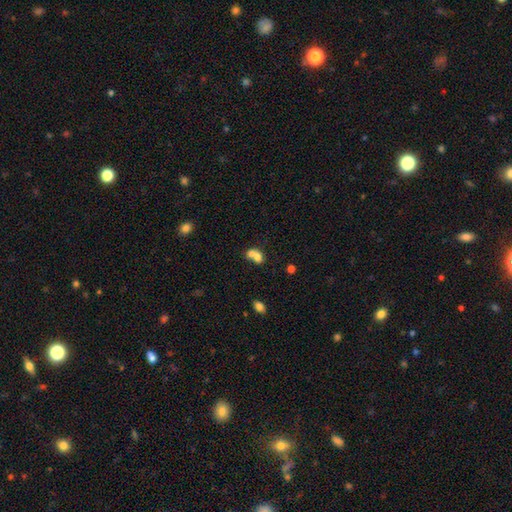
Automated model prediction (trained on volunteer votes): smooth_or_featured: smooth (p=0.70) [alt: featured or disk p=0.19]
how_rounded: in between (p=0.54) [alt: round p=0.45]
merging: merger (p=0.69) [alt: none p=0.20]